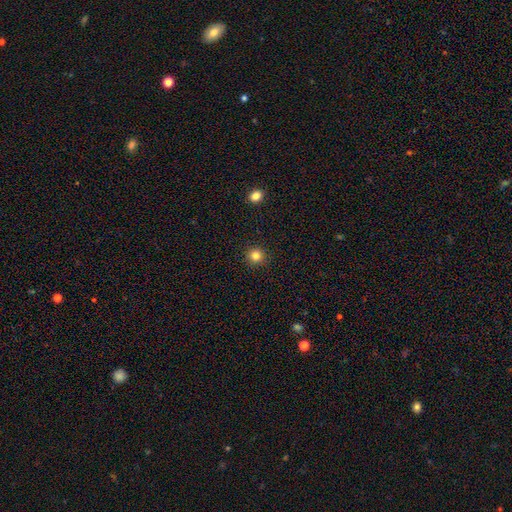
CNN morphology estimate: Smooth or featured?
  - smooth: 82% *
  - star or artifact: 13%
  - featured or disk: 5%
How rounded?
  - round: 95% *
  - in between: 4%
  - cigar-shaped: 1%
Merging?
  - none: 93% *
  - minor disturbance: 4%
  - major disturbance: 2%
  - merger: 1%